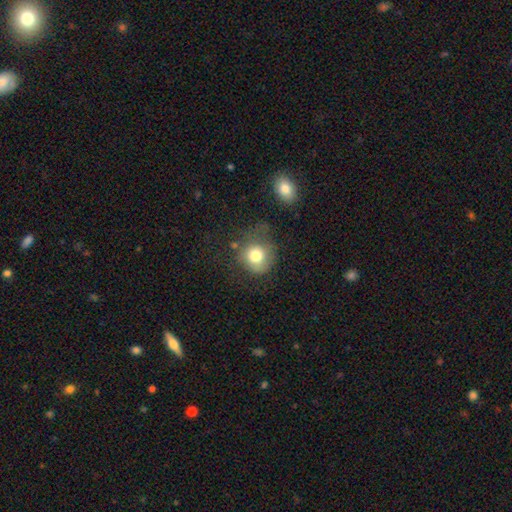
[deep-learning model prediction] smooth_or_featured: smooth (p=0.77) [alt: featured or disk p=0.13]
how_rounded: round (p=0.83) [alt: in between p=0.16]
merging: none (p=0.50) [alt: minor disturbance p=0.27]